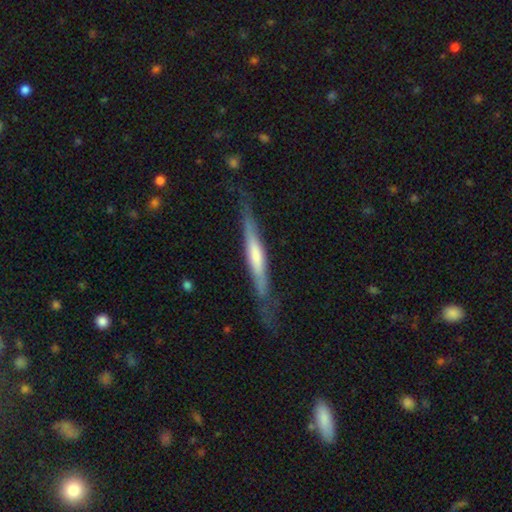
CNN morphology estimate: The model was most divided on "edge-on bulge": rounded: 40%, none: 36%, boxy: 24%. More confident: edge-on disk — yes (93%); merging — none (76%); smooth or featured — featured or disk (69%).